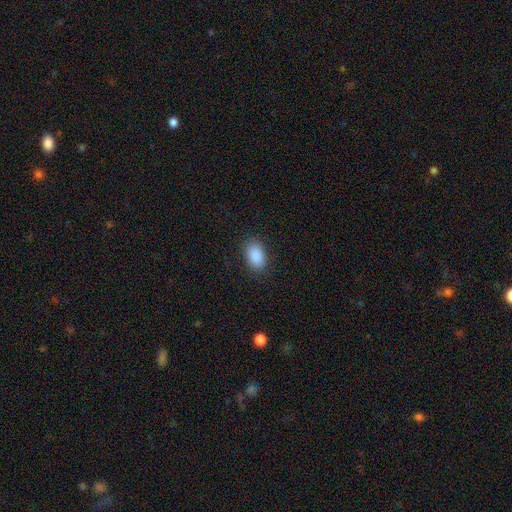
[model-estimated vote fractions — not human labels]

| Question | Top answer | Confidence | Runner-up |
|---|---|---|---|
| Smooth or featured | smooth | 90% | star or artifact (7%) |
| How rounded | in between | 90% | round (9%) |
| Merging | none | 87% | minor disturbance (9%) |